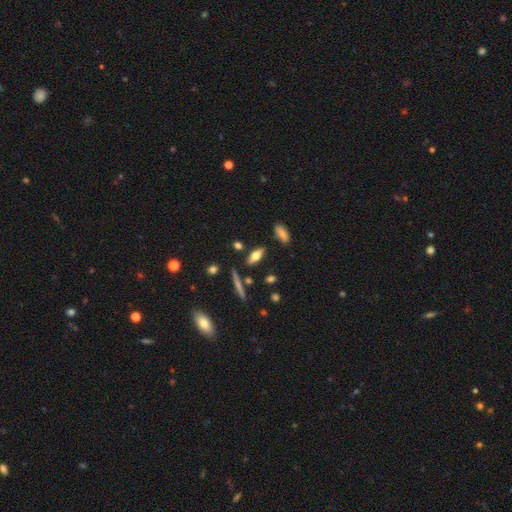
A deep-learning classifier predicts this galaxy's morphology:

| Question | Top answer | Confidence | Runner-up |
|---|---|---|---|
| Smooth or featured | smooth | 54% | featured or disk (37%) |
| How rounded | in between | 63% | cigar-shaped (33%) |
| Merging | none | 81% | minor disturbance (11%) |